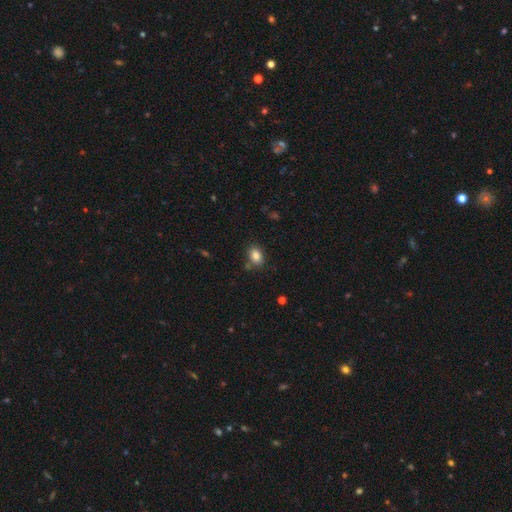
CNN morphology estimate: Smooth or featured: smooth — 85% (star or artifact — 10%)
How rounded: in between — 69% (round — 30%)
Merging: none — 79% (minor disturbance — 12%)